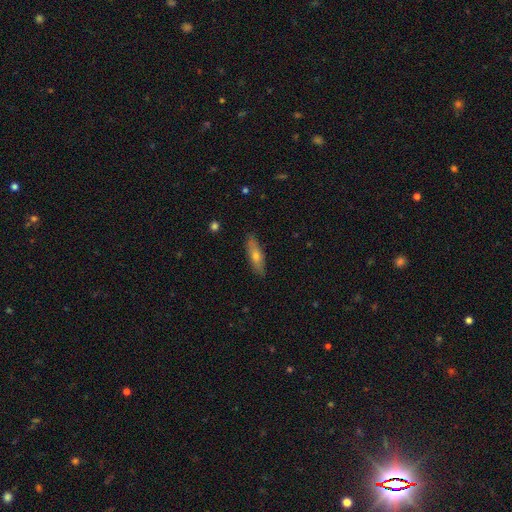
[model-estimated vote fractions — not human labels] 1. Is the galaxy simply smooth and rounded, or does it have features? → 56% smooth, 37% featured or disk, 7% star or artifact.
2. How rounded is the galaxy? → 67% cigar-shaped, 31% in between, 2% round.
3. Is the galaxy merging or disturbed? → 88% none, 10% minor disturbance, 2% major disturbance, 1% merger.